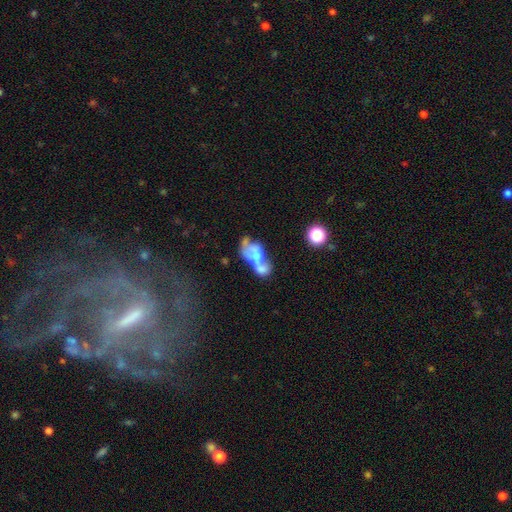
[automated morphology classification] Smooth or featured: featured or disk — 49% (smooth — 40%)
Merging: merger — 68% (major disturbance — 15%)